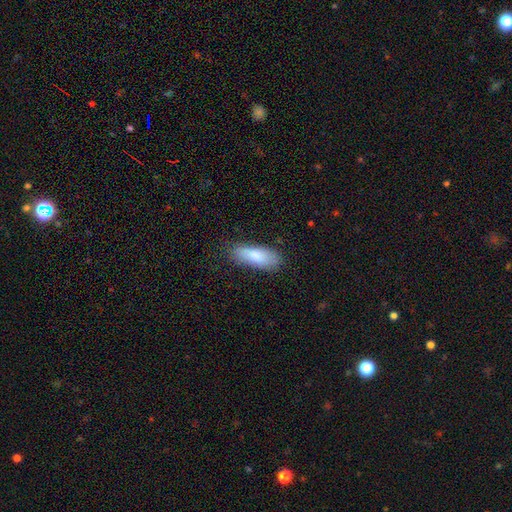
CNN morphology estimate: Smooth or featured? smooth (83%)
How rounded? in between (66%)
Merging? none (75%)